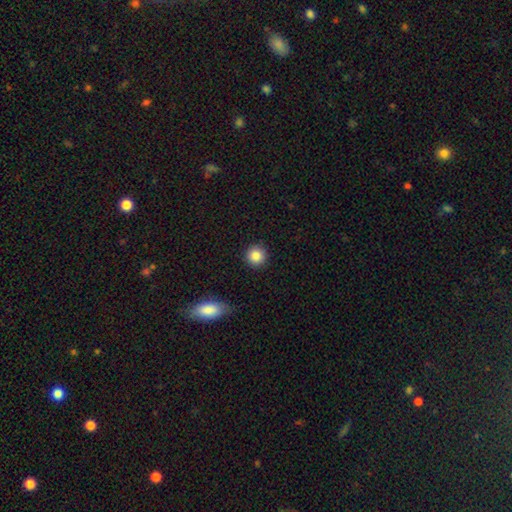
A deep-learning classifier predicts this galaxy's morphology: smooth 87%, star or artifact 9%, featured or disk 4%. Down the decision tree: how rounded — round (94%); merging — none (91%).